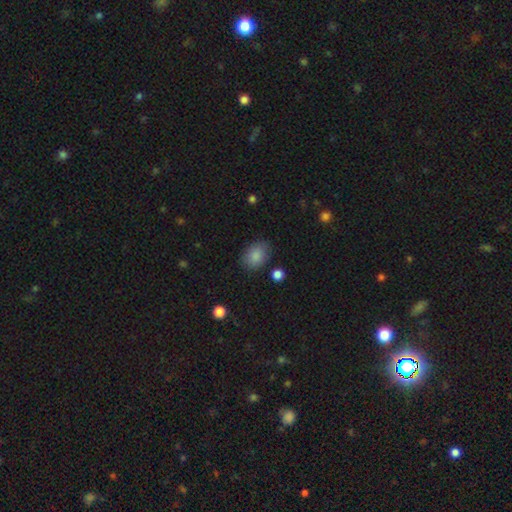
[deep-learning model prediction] Smooth or featured: smooth — 87% (star or artifact — 8%)
How rounded: in between — 72% (round — 27%)
Merging: none — 81% (minor disturbance — 13%)